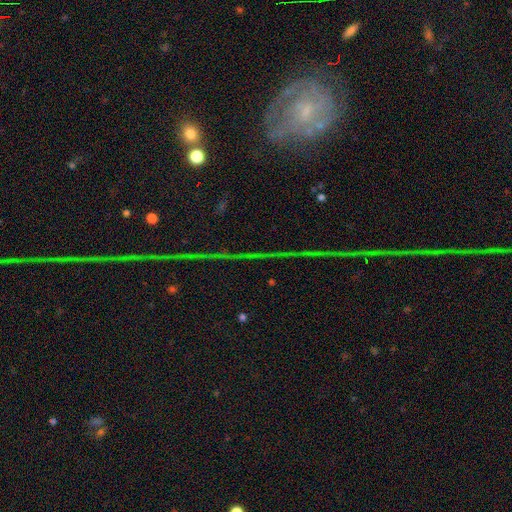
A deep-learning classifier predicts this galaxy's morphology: The model was most divided on "smooth or featured": star or artifact: 75%, featured or disk: 14%, smooth: 11%.